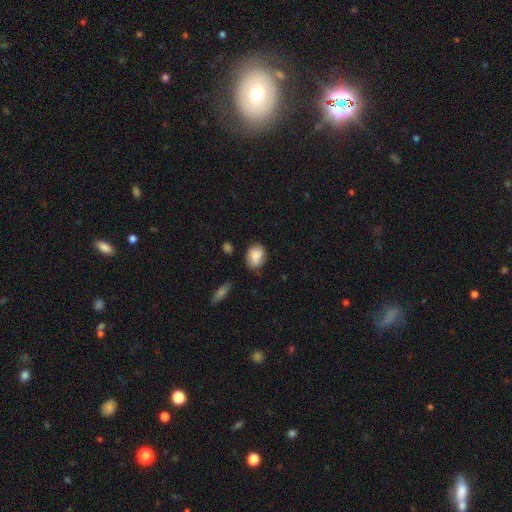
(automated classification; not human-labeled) Smooth or featured?
  - smooth: 80% *
  - featured or disk: 12%
  - star or artifact: 8%
How rounded?
  - in between: 64% *
  - round: 34%
  - cigar-shaped: 1%
Merging?
  - none: 61% *
  - minor disturbance: 28%
  - major disturbance: 7%
  - merger: 4%